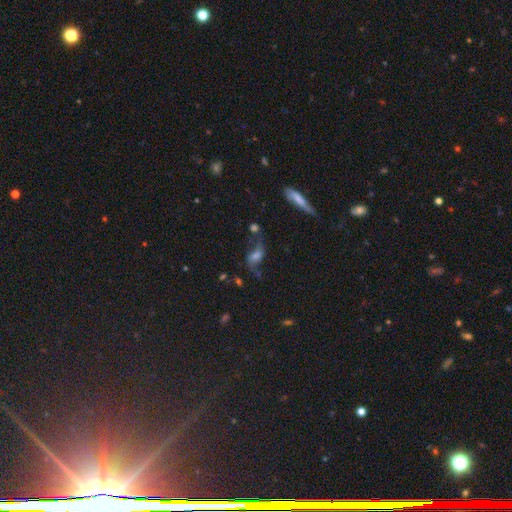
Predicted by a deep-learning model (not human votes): Smooth or featured?
  - featured or disk: 62% *
  - smooth: 22%
  - star or artifact: 16%
Edge-on disk?
  - no: 89% *
  - yes: 11%
Bar?
  - no: 46% *
  - weak: 39%
  - strong: 15%
Spiral arms?
  - yes: 89% *
  - no: 11%
Bulge size?
  - moderate: 34% *
  - small: 23%
  - large: 20%
  - none: 19%
  - dominant: 4%
Merging?
  - none: 53% *
  - minor disturbance: 19%
  - major disturbance: 18%
  - merger: 11%